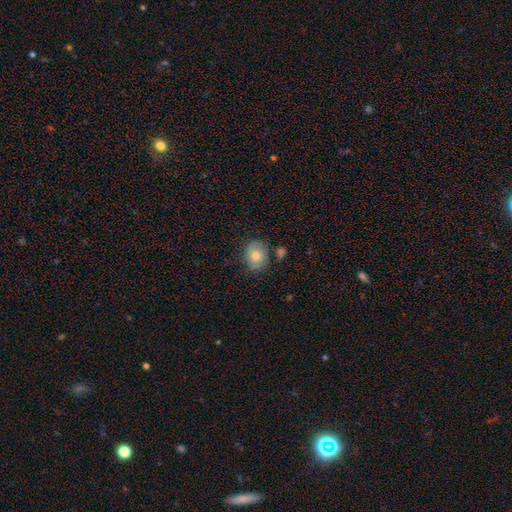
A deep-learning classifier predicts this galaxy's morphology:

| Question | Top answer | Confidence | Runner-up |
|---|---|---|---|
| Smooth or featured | smooth | 64% | featured or disk (26%) |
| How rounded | round | 68% | in between (31%) |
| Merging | none | 71% | minor disturbance (18%) |